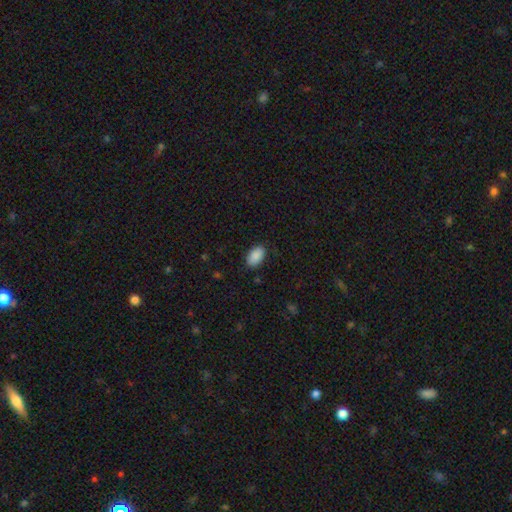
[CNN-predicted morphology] Overall: smooth (90%). How rounded: in between (94%). Merging: none (86%).